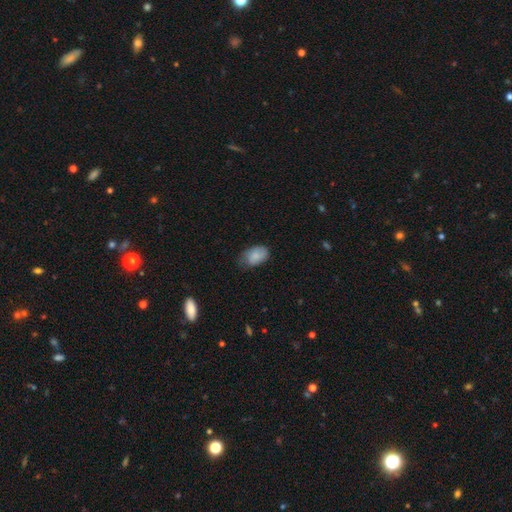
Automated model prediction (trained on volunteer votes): A smooth galaxy with no disk features (82%) that is in between round and cigar-shaped (90%).

Vote fractions:
- Smooth or featured? smooth: 82% / featured or disk: 11% / star or artifact: 7%
- How rounded? in between: 90% / round: 9% / cigar-shaped: 1%
- Merging? none: 60% / minor disturbance: 32% / major disturbance: 7% / merger: 1%